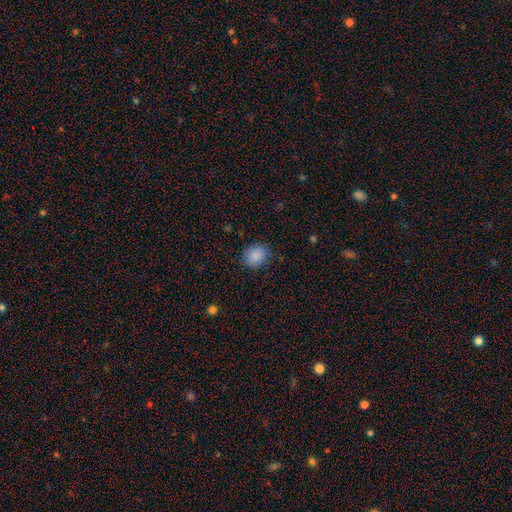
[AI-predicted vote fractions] Smooth or featured: smooth — 87% (star or artifact — 9%)
How rounded: round — 64% (in between — 35%)
Merging: none — 83% (minor disturbance — 12%)